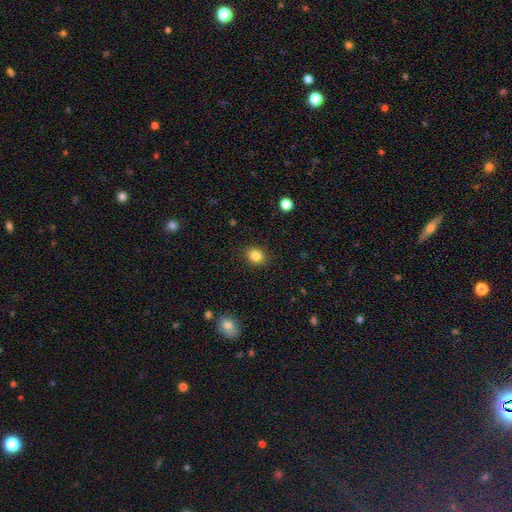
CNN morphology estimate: A smooth galaxy with no disk features (84%) that is round (59%). Merging: none (89%).